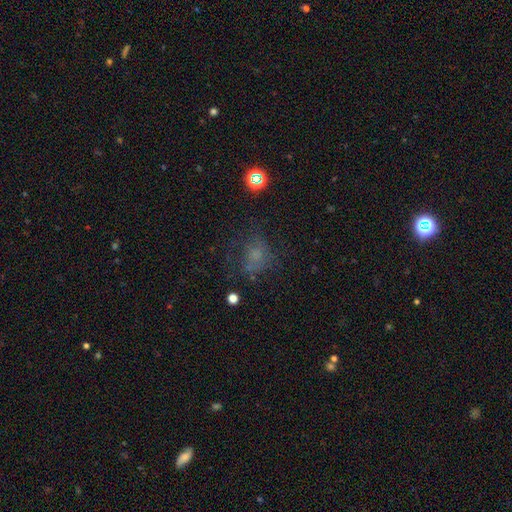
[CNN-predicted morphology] smooth-or-featured: smooth: 52% | star or artifact: 26% | featured or disk: 22%
  how-rounded: round: 59% | in between: 40% | cigar-shaped: 1%
  merging: none: 51% | major disturbance: 24% | minor disturbance: 21% | merger: 4%